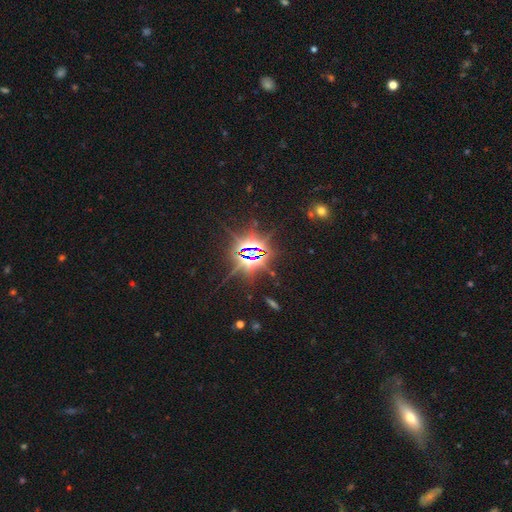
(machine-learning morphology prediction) type=star or artifact (83%).